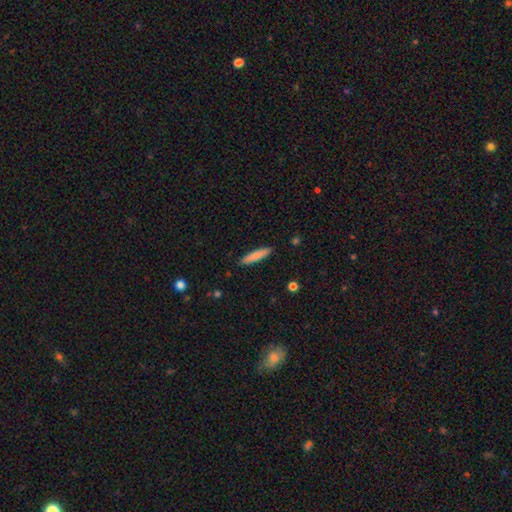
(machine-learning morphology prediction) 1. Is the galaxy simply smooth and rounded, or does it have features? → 83% smooth, 11% featured or disk, 6% star or artifact.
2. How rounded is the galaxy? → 88% cigar-shaped, 11% in between, 1% round.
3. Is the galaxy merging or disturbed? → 90% none, 7% minor disturbance, 1% major disturbance, 1% merger.